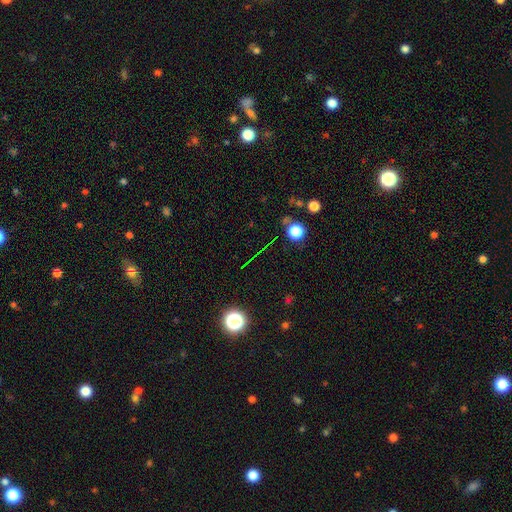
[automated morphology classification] Overall: star or artifact (69%).